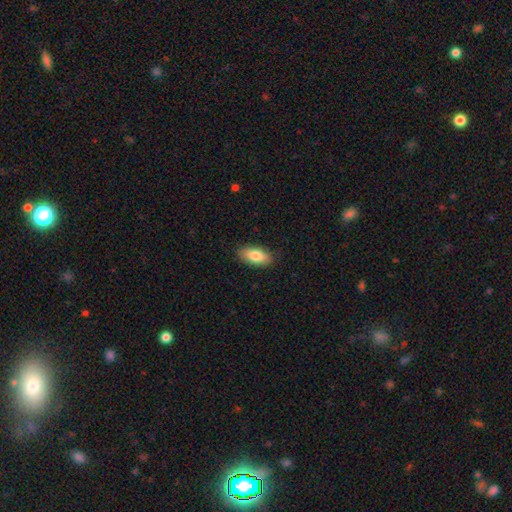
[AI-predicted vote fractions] Smooth or featured? smooth (81%)
How rounded? in between (88%)
Merging? none (87%)